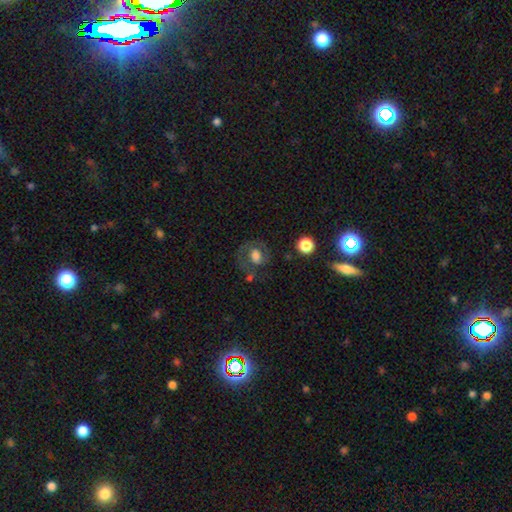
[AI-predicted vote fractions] smooth_or_featured: smooth (p=0.53) [alt: featured or disk p=0.36]
how_rounded: round (p=0.54) [alt: in between p=0.45]
merging: none (p=0.55) [alt: minor disturbance p=0.20]